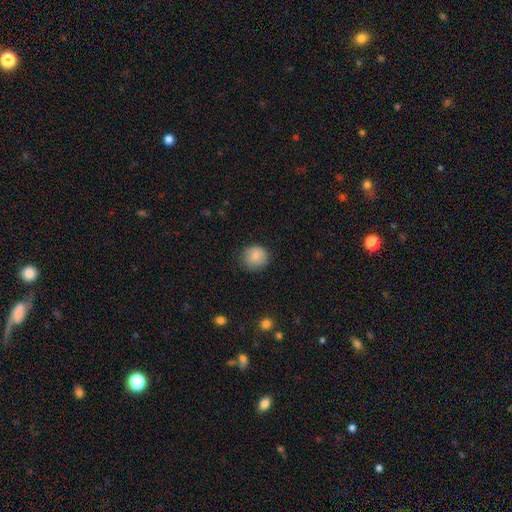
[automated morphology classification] The model was most divided on "merging": none: 79%, minor disturbance: 17%, major disturbance: 4%, merger: 1%. More confident: how rounded — round (89%); smooth or featured — smooth (81%).